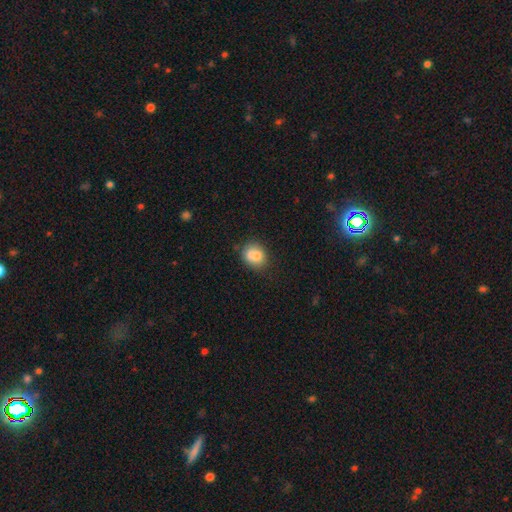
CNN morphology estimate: type=smooth (80%); roundness=round (61%); merging=none (61%).